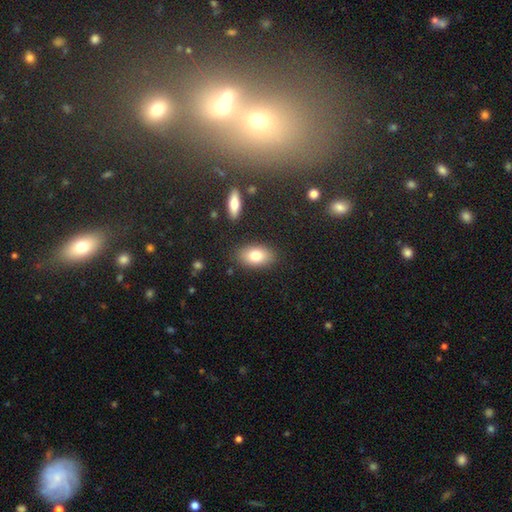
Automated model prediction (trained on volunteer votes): Overall: smooth (79%). How rounded: in between (90%). Merging: none (84%).